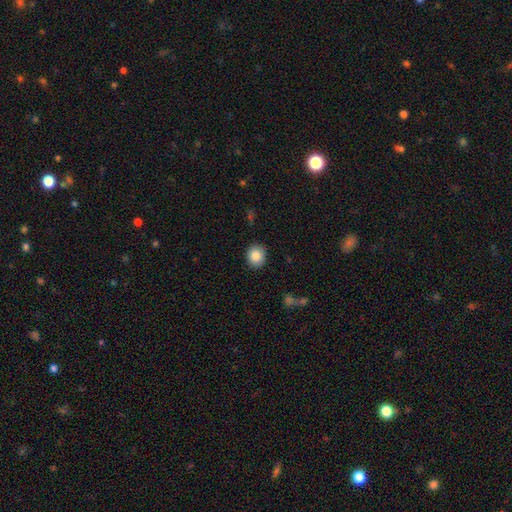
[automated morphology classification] This appears to be a smooth galaxy with no disk features (86%) that is round (76%). Merging: none (90%).